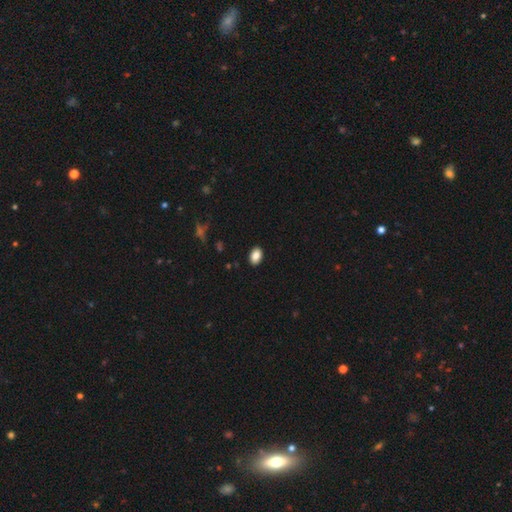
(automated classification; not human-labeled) Morphology: type=smooth (86%); roundness=in between (86%); merging=none (90%).